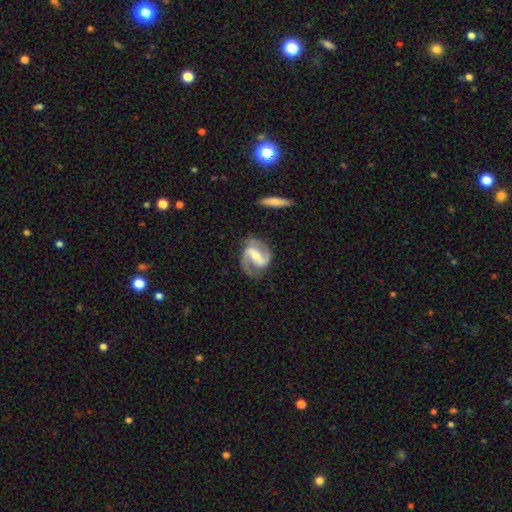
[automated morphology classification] The model was most divided on "bulge size": moderate: 50%, small: 44%, large: 3%, none: 2%, dominant: 1%. More confident: edge-on disk — no (97%); spiral arms — yes (97%); spiral arm count — 2 (92%); smooth or featured — featured or disk (89%); merging — none (77%); spiral winding — medium (55%); bar — strong (52%).